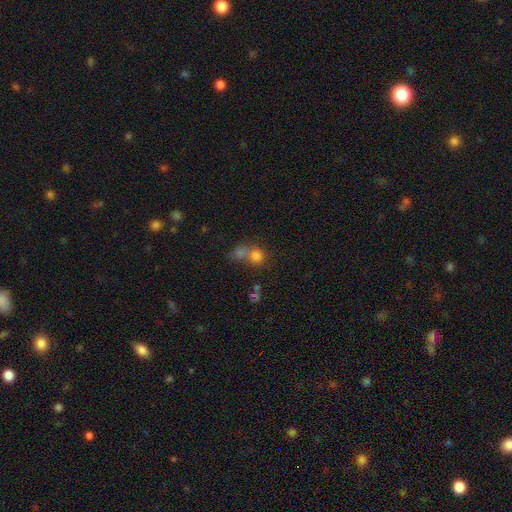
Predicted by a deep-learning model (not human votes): Smooth or featured?
  - smooth: 76% *
  - star or artifact: 14%
  - featured or disk: 10%
How rounded?
  - round: 77% *
  - in between: 21%
  - cigar-shaped: 1%
Merging?
  - merger: 53% *
  - none: 35%
  - minor disturbance: 8%
  - major disturbance: 5%